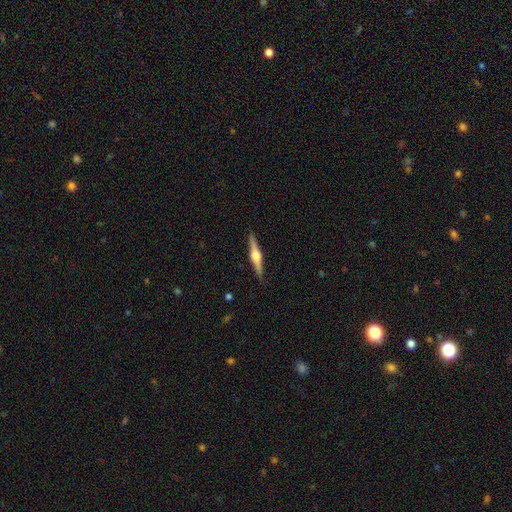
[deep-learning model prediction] Q: Smooth or featured?
A: featured or disk (75%); runner-up: smooth (20%)
Q: Edge-on disk?
A: yes (98%); runner-up: no (2%)
Q: Edge-on bulge?
A: rounded (93%); runner-up: boxy (5%)
Q: Merging?
A: none (91%); runner-up: minor disturbance (7%)